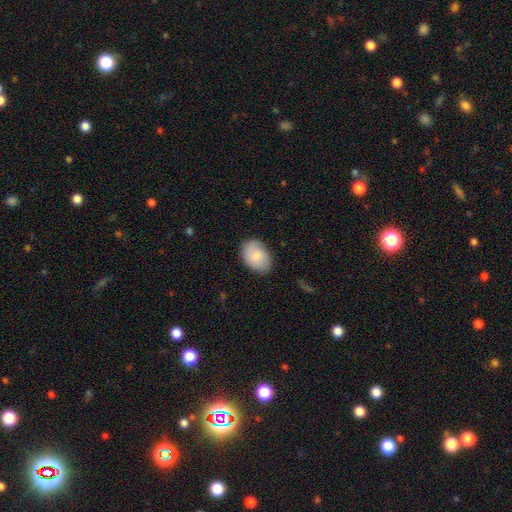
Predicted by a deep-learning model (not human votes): Q: Smooth or featured?
A: smooth (78%); runner-up: featured or disk (16%)
Q: How rounded?
A: in between (84%); runner-up: round (15%)
Q: Merging?
A: none (80%); runner-up: minor disturbance (16%)